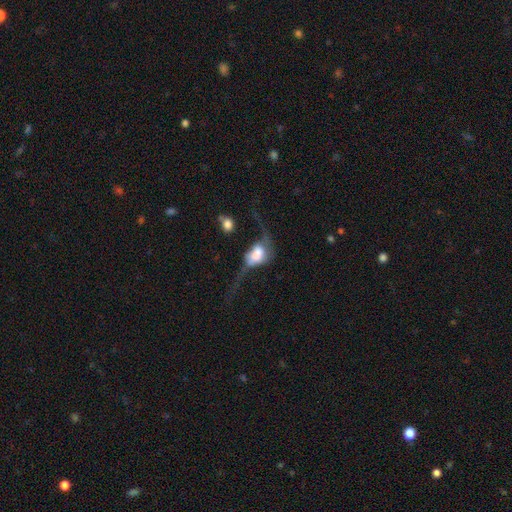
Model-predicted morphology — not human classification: Smooth or featured?
  - featured or disk: 53% *
  - smooth: 39%
  - star or artifact: 8%
Edge-on disk?
  - no: 81% *
  - yes: 19%
Merging?
  - major disturbance: 50% *
  - merger: 20%
  - none: 17%
  - minor disturbance: 13%